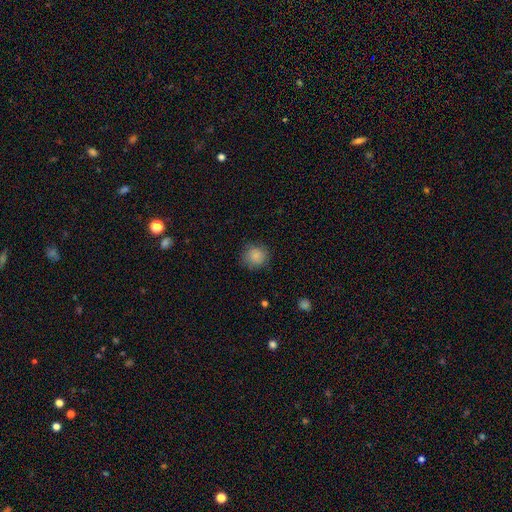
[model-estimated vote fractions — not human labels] Smooth or featured?
  - smooth: 87% *
  - star or artifact: 9%
  - featured or disk: 5%
How rounded?
  - round: 89% *
  - in between: 10%
  - cigar-shaped: 1%
Merging?
  - none: 82% *
  - minor disturbance: 13%
  - major disturbance: 4%
  - merger: 1%